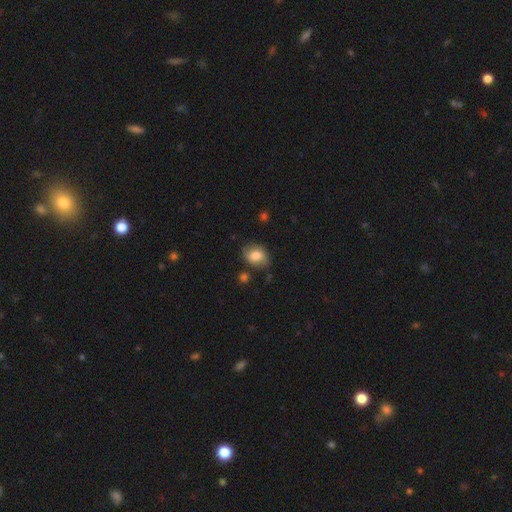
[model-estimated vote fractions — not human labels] This is likely a smooth galaxy (71%). How rounded: likely in between (69%). Merging: likely none (70%).